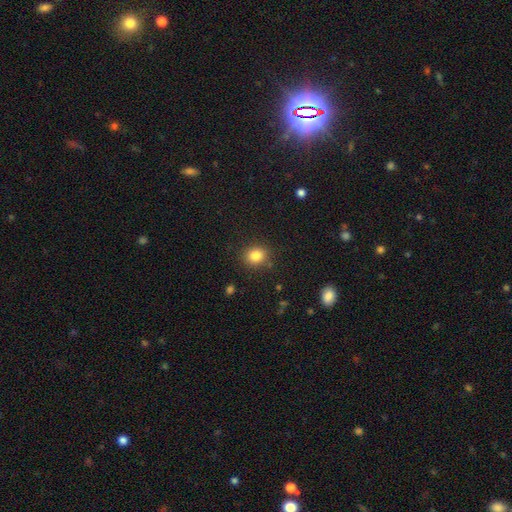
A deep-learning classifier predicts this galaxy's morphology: Smooth or featured? Predicted: smooth (p=0.84). How rounded? Predicted: round (p=0.76). Merging? Predicted: none (p=0.87).